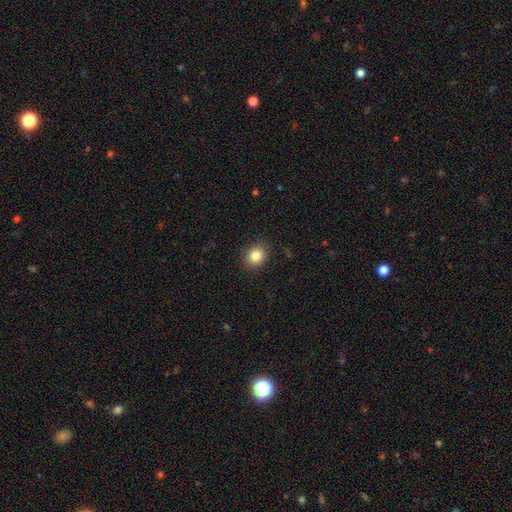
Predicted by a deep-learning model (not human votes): Smooth or featured?
  - smooth: 84% *
  - star or artifact: 10%
  - featured or disk: 6%
How rounded?
  - round: 70% *
  - in between: 29%
  - cigar-shaped: 1%
Merging?
  - none: 89% *
  - minor disturbance: 8%
  - major disturbance: 2%
  - merger: 1%